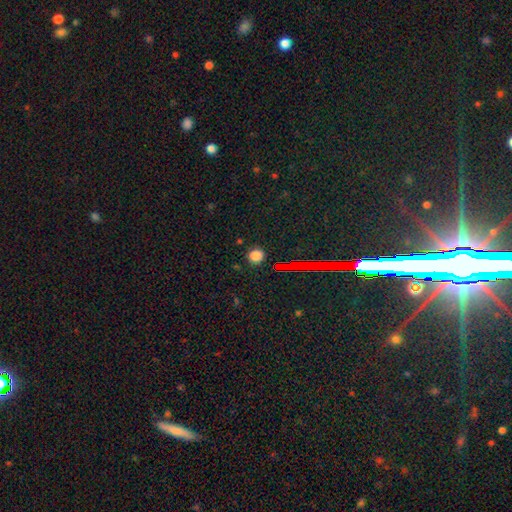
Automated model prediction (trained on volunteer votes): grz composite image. It shows a smooth galaxy with no disk features (78%) that is round (91%). Merging: none (89%).